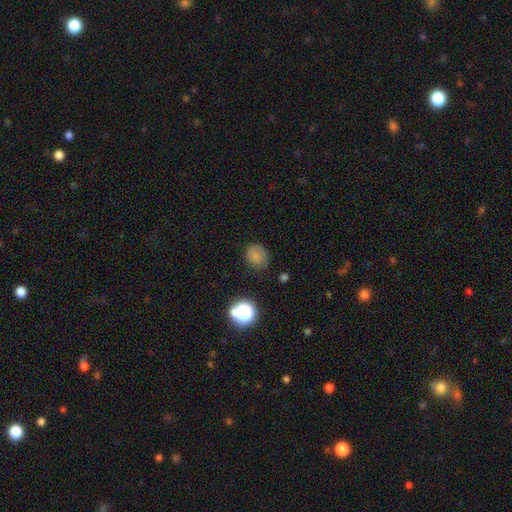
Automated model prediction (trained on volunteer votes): smooth 76%, star or artifact 16%, featured or disk 8%. Down the decision tree: how rounded — round (61%); merging — none (71%).